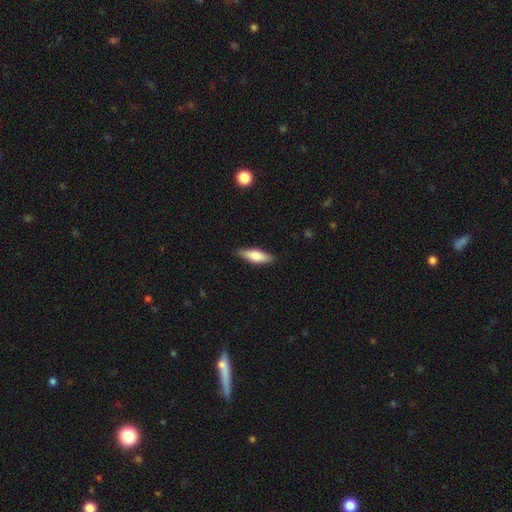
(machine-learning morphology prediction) smooth_or_featured: smooth (p=0.72) [alt: featured or disk p=0.22]
how_rounded: in between (p=0.55) [alt: cigar-shaped p=0.43]
merging: none (p=0.86) [alt: minor disturbance p=0.11]